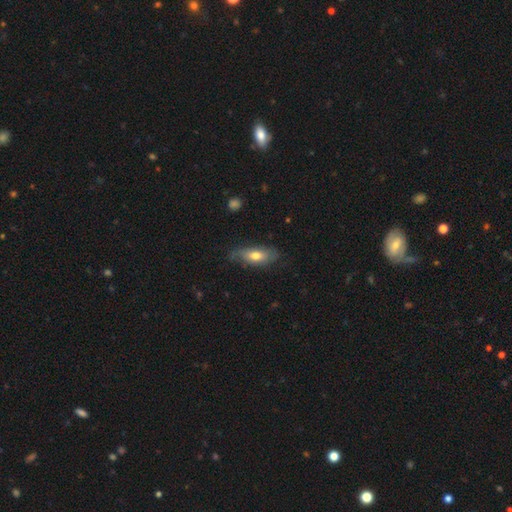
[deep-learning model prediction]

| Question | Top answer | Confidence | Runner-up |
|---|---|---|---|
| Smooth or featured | smooth | 62% | featured or disk (32%) |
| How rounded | in between | 76% | cigar-shaped (20%) |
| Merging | none | 64% | minor disturbance (27%) |